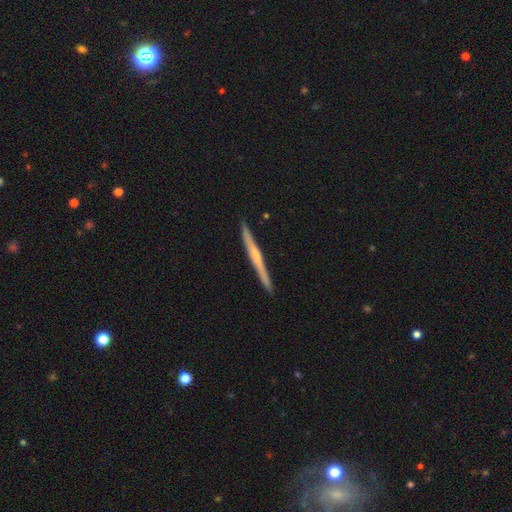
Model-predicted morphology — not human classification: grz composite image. It shows a featured or disk galaxy (62%) viewed edge-on (98%) with no central bulge (47%). Merging: none (91%).